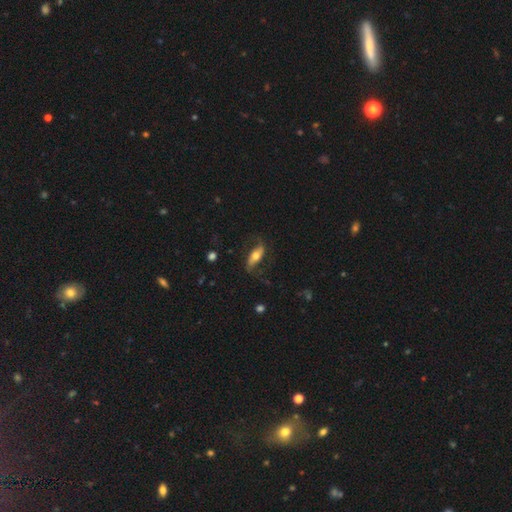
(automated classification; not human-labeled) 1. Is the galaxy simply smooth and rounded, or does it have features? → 54% featured or disk, 40% smooth, 6% star or artifact.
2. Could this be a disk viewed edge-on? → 74% no, 26% yes.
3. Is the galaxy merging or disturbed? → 68% none, 18% minor disturbance, 12% major disturbance, 2% merger.